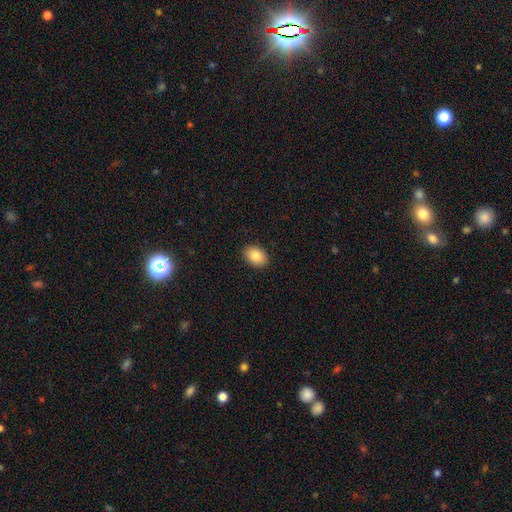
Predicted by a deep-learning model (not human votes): A smooth galaxy with no disk features (86%) that is in between round and cigar-shaped (77%). Merging: none (89%).